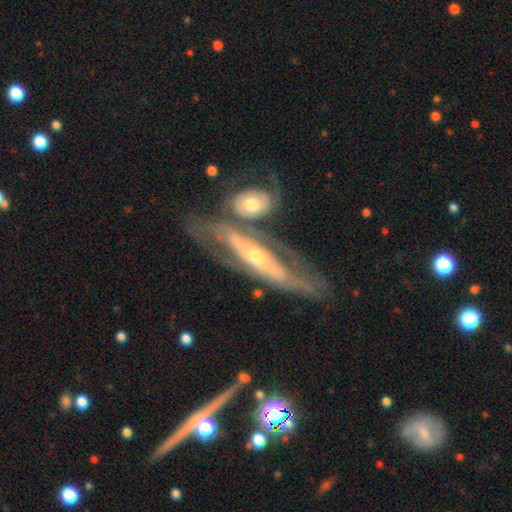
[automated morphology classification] The model was most divided on "bulge size": moderate: 51%, small: 42%, large: 4%, none: 2%, dominant: 1%. Remaining: smooth or featured — featured or disk (78%); edge-on disk — no (69%); spiral arms — yes (67%); bar — no (55%); merging — none (45%).